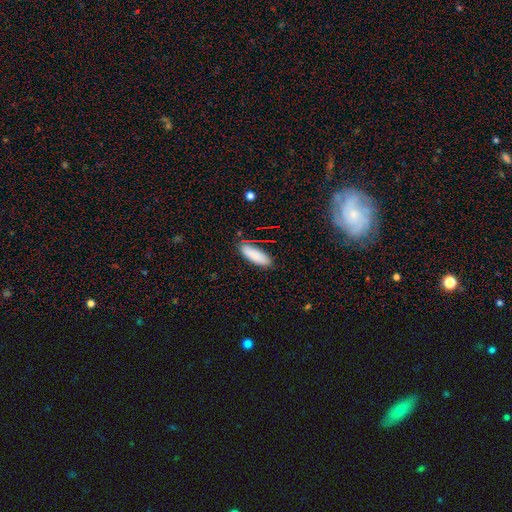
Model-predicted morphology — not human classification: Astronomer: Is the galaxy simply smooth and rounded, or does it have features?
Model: smooth — 87%.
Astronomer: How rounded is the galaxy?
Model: in between — 65%.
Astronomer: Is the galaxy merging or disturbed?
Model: none — 78%.